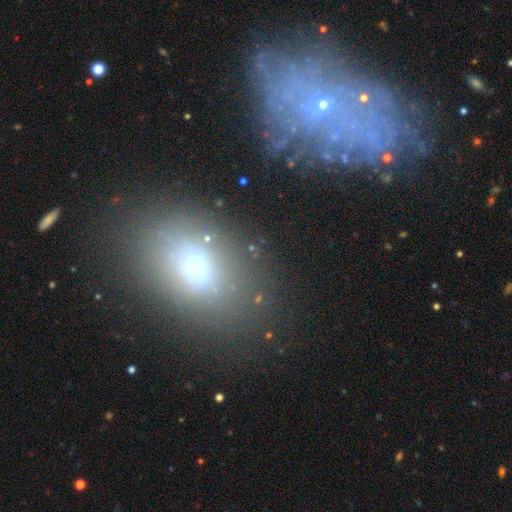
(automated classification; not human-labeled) smooth 63%, featured or disk 19%, star or artifact 18%. Down the decision tree: how rounded — in between (79%); merging — none (75%).